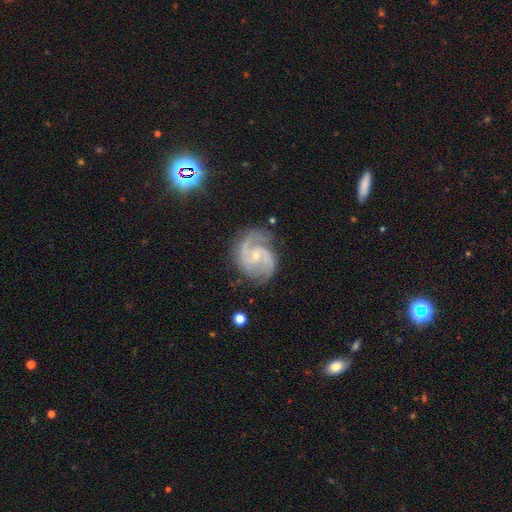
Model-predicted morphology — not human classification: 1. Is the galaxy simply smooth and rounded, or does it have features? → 91% featured or disk, 5% star or artifact, 4% smooth.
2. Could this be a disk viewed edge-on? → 98% no, 2% yes.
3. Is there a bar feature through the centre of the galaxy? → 56% no, 36% weak, 8% strong.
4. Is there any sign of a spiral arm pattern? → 98% yes, 2% no.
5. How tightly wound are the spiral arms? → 52% medium, 39% tight, 9% loose.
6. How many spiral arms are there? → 71% 2, 16% 3, 5% can't tell, 3% 4, 3% 1, 2% more than 4.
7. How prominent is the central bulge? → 73% small, 24% moderate, 2% none, 1% large, 1% dominant.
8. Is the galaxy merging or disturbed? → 75% none, 17% minor disturbance, 6% major disturbance, 2% merger.